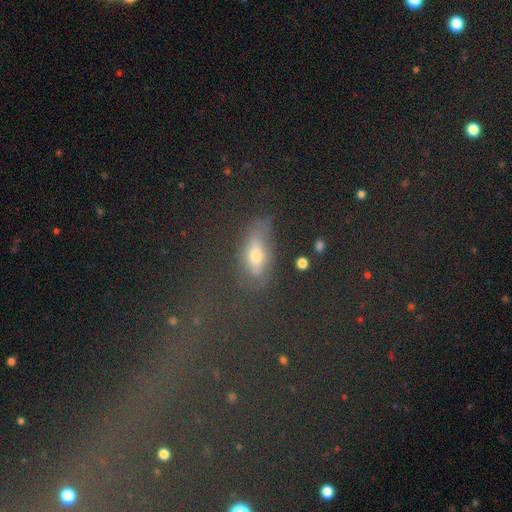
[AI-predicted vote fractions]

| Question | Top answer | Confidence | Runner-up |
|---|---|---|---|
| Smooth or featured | smooth | 50% | star or artifact (28%) |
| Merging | none | 61% | minor disturbance (21%) |